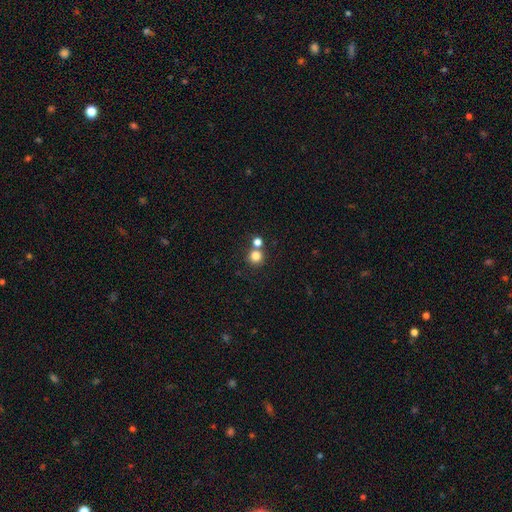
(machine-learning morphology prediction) Overall: smooth (81%). How rounded: round (93%). Merging: none (64%; merger 27%).